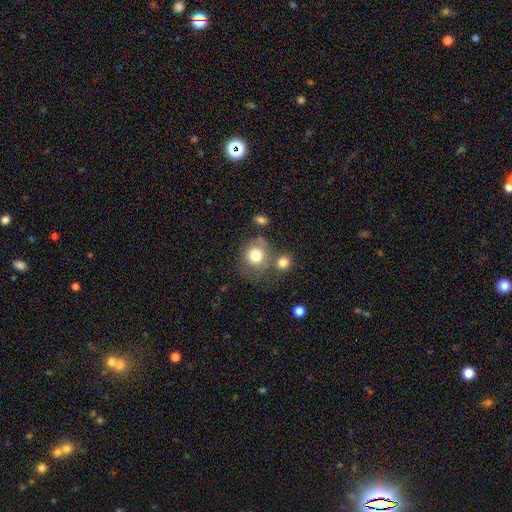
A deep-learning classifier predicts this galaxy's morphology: type=smooth (77%); roundness=round (81%); merging=none (54%).